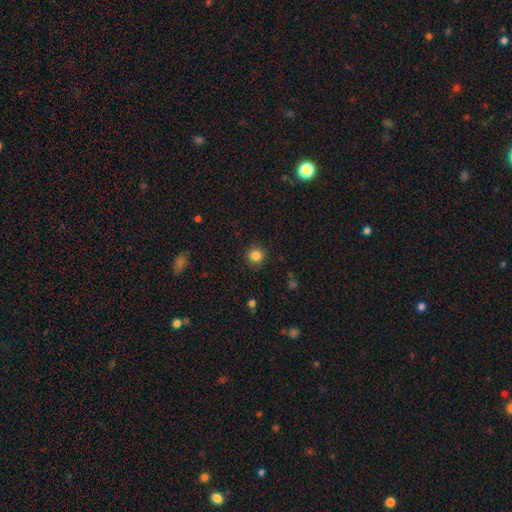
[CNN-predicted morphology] smooth-or-featured: smooth: 84% | star or artifact: 12% | featured or disk: 4%
  how-rounded: round: 93% | in between: 6% | cigar-shaped: 1%
  merging: none: 89% | minor disturbance: 7% | major disturbance: 2% | merger: 1%